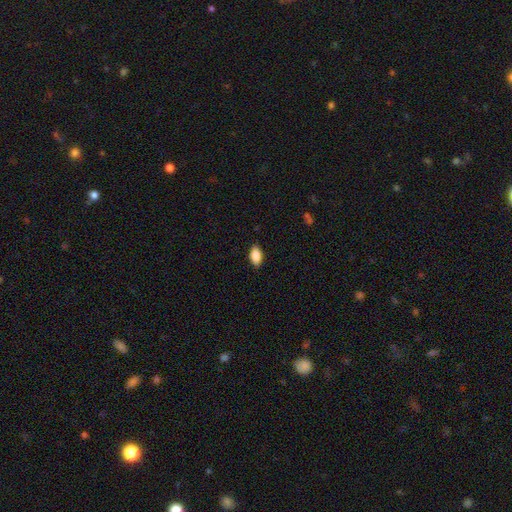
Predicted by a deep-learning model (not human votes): This appears to be a smooth galaxy with no disk features (87%) that is in between round and cigar-shaped (91%). Merging: none (86%).